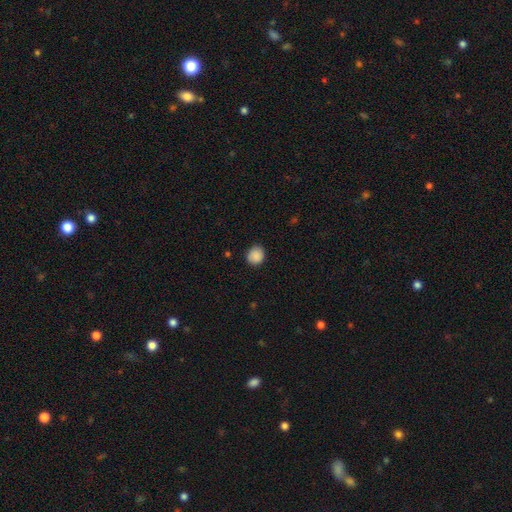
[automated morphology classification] Smooth or featured? smooth (89%)
How rounded? round (83%)
Merging? none (85%)